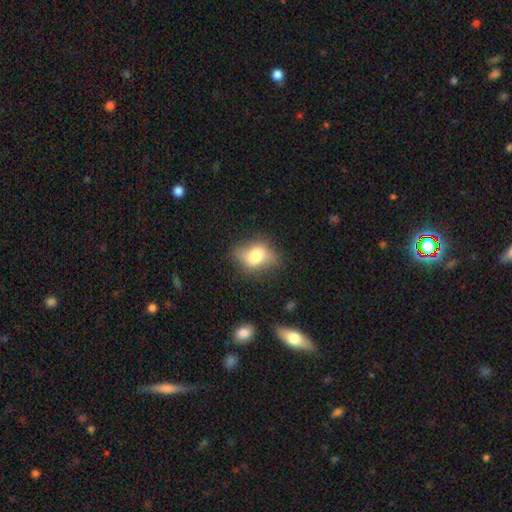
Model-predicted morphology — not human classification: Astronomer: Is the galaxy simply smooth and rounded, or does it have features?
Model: smooth — 66%.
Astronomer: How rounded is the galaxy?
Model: in between — 69%.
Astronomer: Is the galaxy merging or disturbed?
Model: none — 65%.